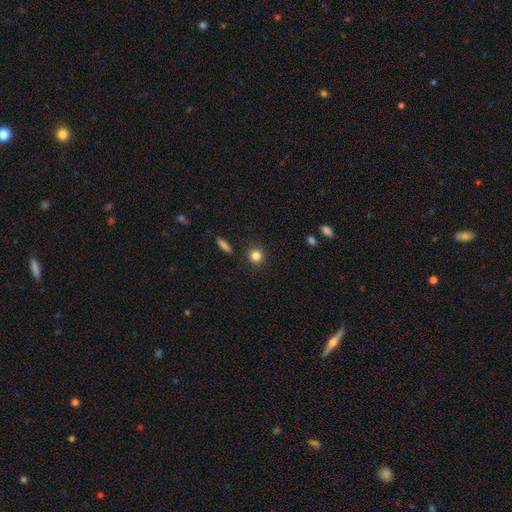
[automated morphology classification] smooth-or-featured: smooth: 83% | star or artifact: 11% | featured or disk: 5%
  how-rounded: round: 90% | in between: 9% | cigar-shaped: 1%
  merging: none: 89% | minor disturbance: 7% | major disturbance: 2% | merger: 2%